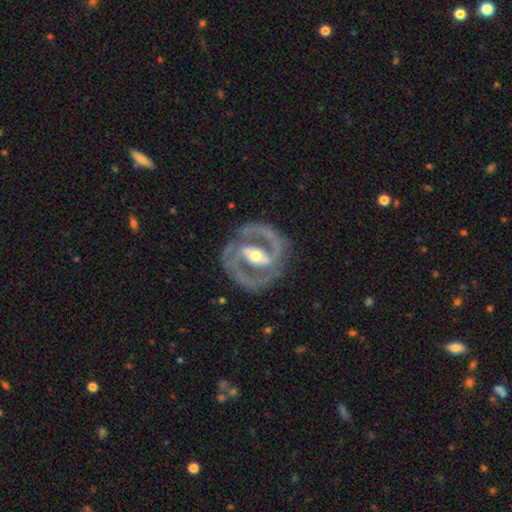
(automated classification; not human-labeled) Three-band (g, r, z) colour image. It shows a featured or disk galaxy (89%) with a strong bar (57%), 2 (89%) medium (49%) spiral arms (91%) and a moderate central bulge (63%). Merging: none (80%).